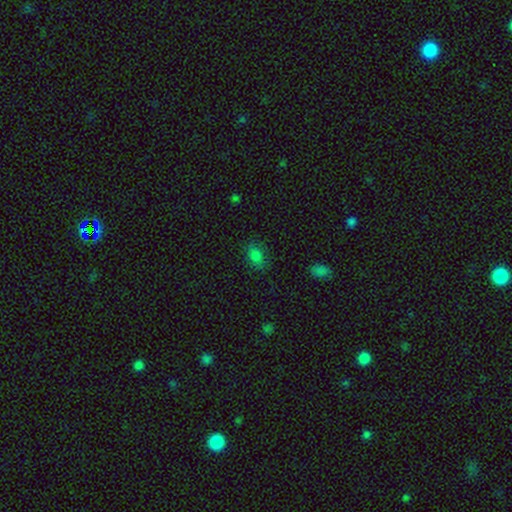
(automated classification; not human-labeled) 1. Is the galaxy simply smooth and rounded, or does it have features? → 79% smooth, 14% star or artifact, 6% featured or disk.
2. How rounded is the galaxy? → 75% in between, 23% round, 2% cigar-shaped.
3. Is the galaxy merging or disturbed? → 76% none, 17% minor disturbance, 5% major disturbance, 2% merger.